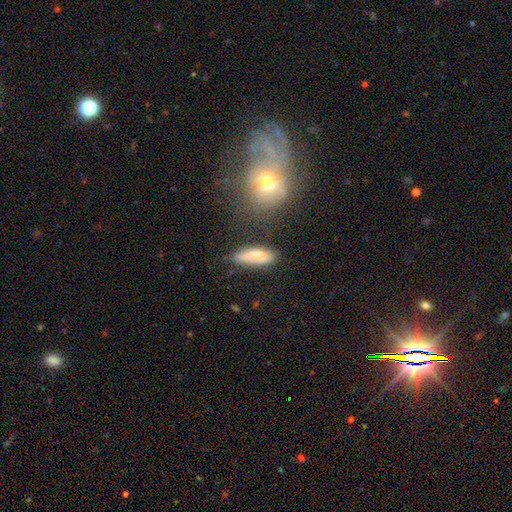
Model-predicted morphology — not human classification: Smooth or featured? Predicted: smooth (p=0.73). How rounded? Predicted: in between (p=0.55). Merging? Predicted: none (p=0.72).